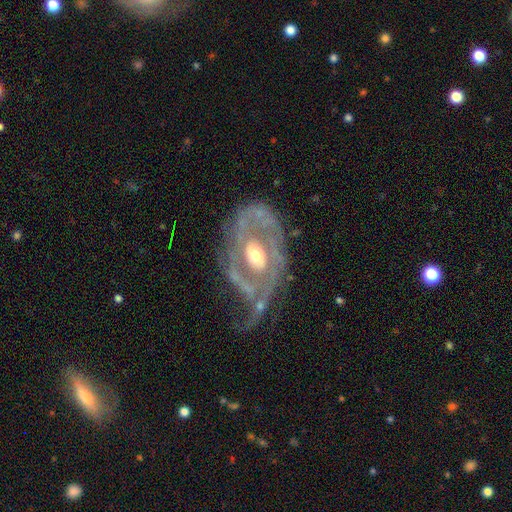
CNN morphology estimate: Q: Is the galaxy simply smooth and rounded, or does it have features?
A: featured or disk — 84%.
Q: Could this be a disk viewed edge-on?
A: no — 96%.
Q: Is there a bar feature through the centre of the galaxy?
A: no — 55%.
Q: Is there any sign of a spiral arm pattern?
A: yes — 74%.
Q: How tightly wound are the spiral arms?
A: tight — 40%.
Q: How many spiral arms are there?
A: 2 — 50%.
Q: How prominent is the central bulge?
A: moderate — 65%.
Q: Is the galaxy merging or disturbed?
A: none — 44%.